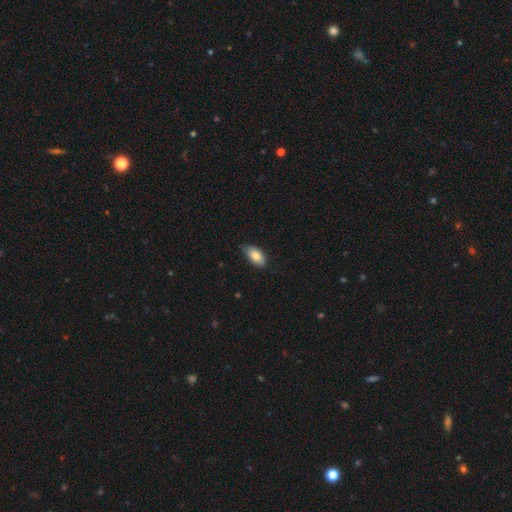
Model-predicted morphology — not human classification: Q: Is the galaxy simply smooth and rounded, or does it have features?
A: smooth — 81%.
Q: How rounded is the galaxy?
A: in between — 92%.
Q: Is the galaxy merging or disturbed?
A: none — 72%.